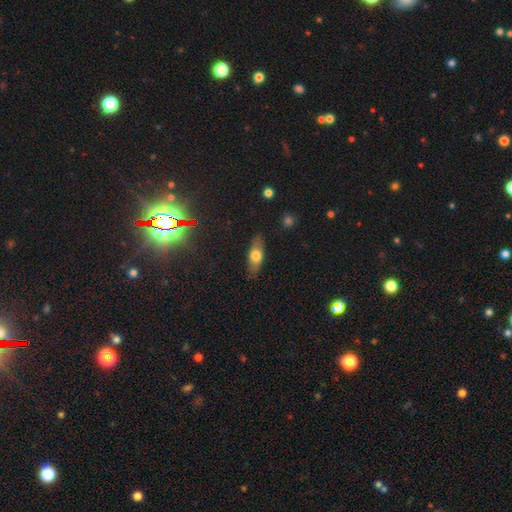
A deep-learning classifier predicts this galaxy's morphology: A smooth galaxy with no disk features (63%) that is in between round and cigar-shaped (70%). Merging: none (85%).